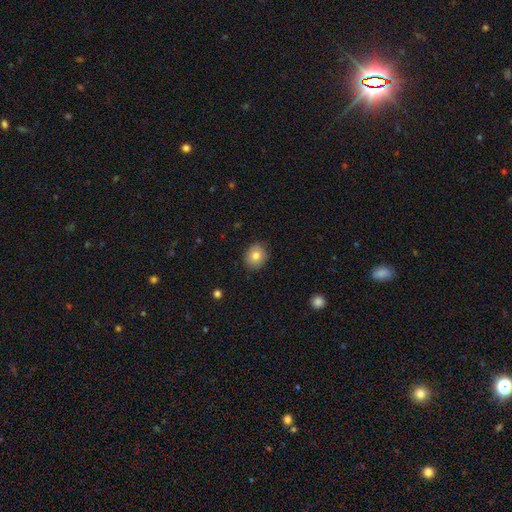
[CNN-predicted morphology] A smooth galaxy with no disk features (79%) that is round (69%). Merging: none (86%).